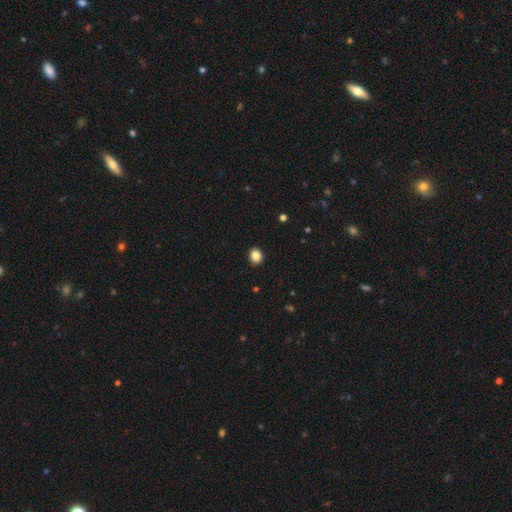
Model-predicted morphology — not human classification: smooth-or-featured: smooth: 85% | star or artifact: 10% | featured or disk: 5%
  how-rounded: round: 71% | in between: 28% | cigar-shaped: 1%
  merging: none: 91% | minor disturbance: 6% | major disturbance: 2% | merger: 1%